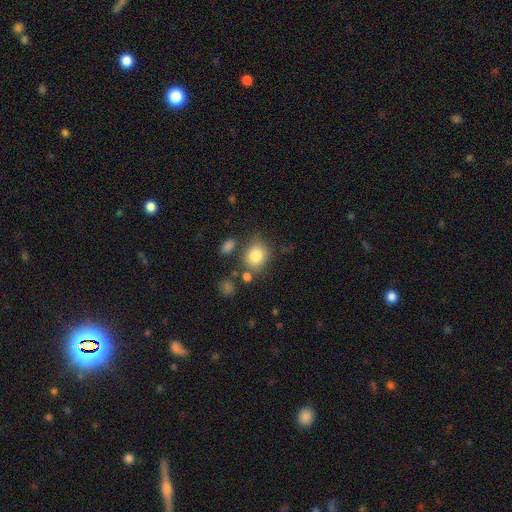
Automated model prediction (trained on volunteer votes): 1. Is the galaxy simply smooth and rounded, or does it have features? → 81% smooth, 10% star or artifact, 9% featured or disk.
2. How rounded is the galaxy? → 61% round, 37% in between, 1% cigar-shaped.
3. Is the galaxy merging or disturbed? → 67% none, 16% minor disturbance, 11% merger, 6% major disturbance.